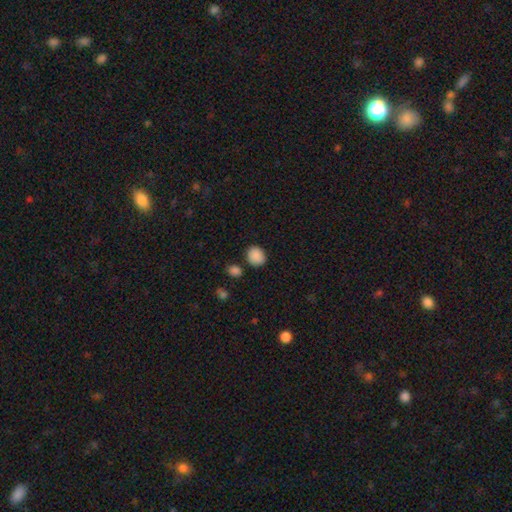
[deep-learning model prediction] Q: Smooth or featured?
A: smooth (87%); runner-up: star or artifact (9%)
Q: How rounded?
A: round (64%); runner-up: in between (35%)
Q: Merging?
A: none (78%); runner-up: minor disturbance (14%)